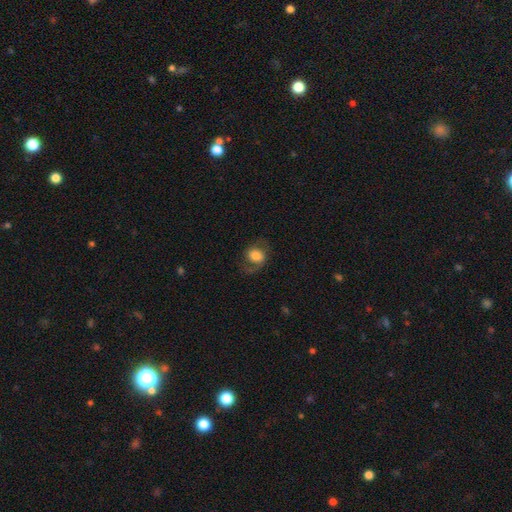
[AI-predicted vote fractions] This appears to be a smooth galaxy with no disk features (56%) that is round (53%). Merging: none (61%).